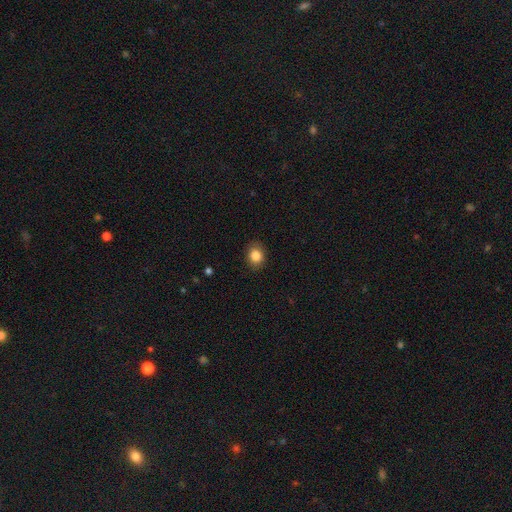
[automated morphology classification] Q: Smooth or featured?
A: smooth (85%); runner-up: star or artifact (10%)
Q: How rounded?
A: round (58%); runner-up: in between (41%)
Q: Merging?
A: none (87%); runner-up: minor disturbance (9%)